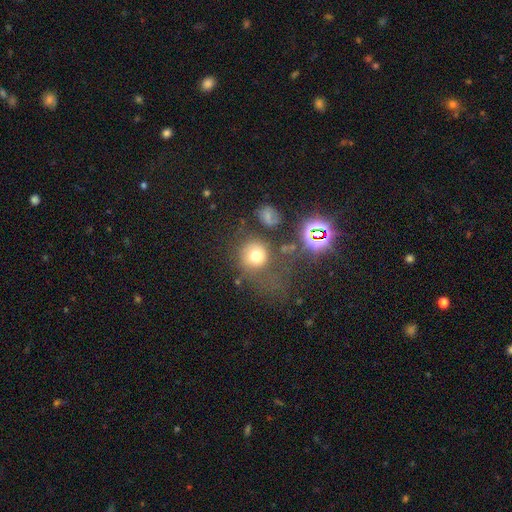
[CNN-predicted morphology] This is likely a smooth galaxy (69%). How rounded: clearly round (86%). Merging: possibly none (50%).